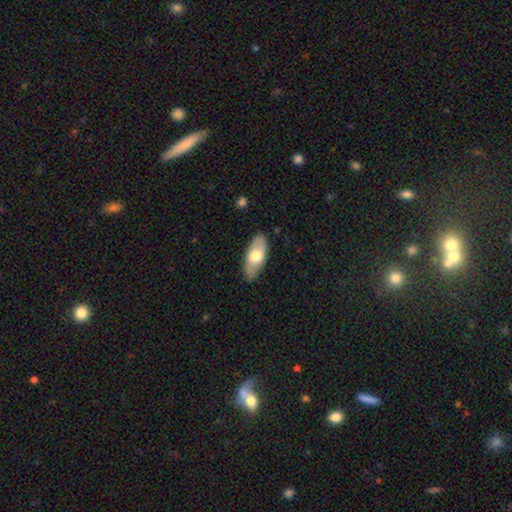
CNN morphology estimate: Smooth or featured?
  - smooth: 62% *
  - featured or disk: 33%
  - star or artifact: 5%
How rounded?
  - in between: 86% *
  - cigar-shaped: 11%
  - round: 3%
Merging?
  - none: 84% *
  - minor disturbance: 12%
  - major disturbance: 3%
  - merger: 1%